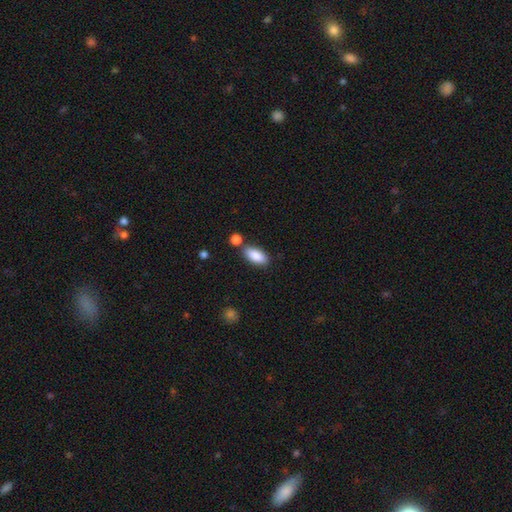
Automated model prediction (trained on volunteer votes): This appears to be a smooth galaxy with no disk features (87%) that is in between round and cigar-shaped (88%). Merging: none (72%).